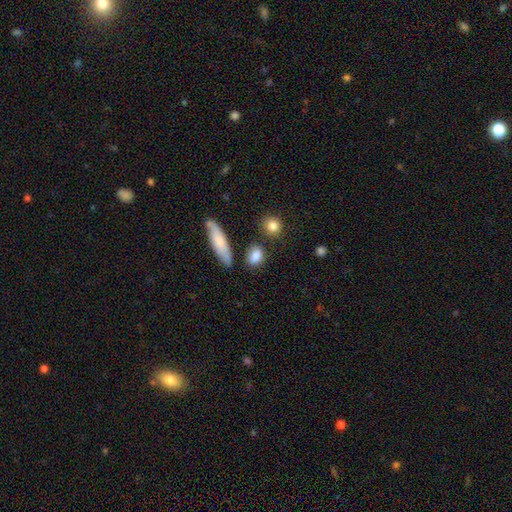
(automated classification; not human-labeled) smooth-or-featured: smooth: 84% | featured or disk: 8% | star or artifact: 8%
  how-rounded: in between: 60% | round: 30% | cigar-shaped: 9%
  merging: none: 73% | minor disturbance: 15% | merger: 7% | major disturbance: 4%